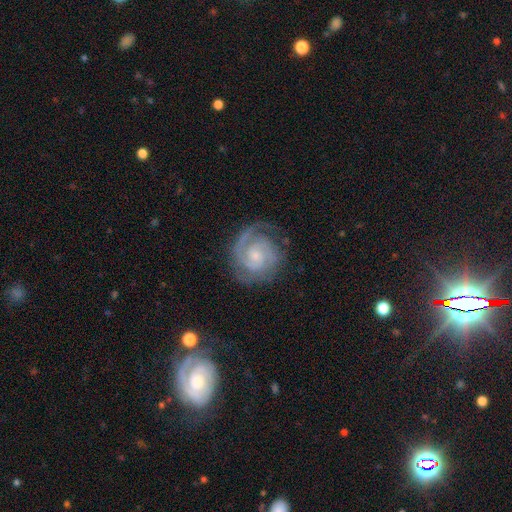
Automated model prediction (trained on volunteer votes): smooth-or-featured: featured or disk: 88% | smooth: 7% | star or artifact: 5%
  disk-edge-on: no: 98% | yes: 2%
    bar: no: 65% | weak: 30% | strong: 5%
    has-spiral-arms: yes: 98% | no: 2%
      spiral-winding: tight: 65% | medium: 30% | loose: 5%
      spiral-arm-count: 2: 63% | 3: 14% | can't tell: 12% | 1: 5% | 4: 3% | more than 4: 3%
    bulge-size: small: 64% | moderate: 26% | none: 6% | large: 2% | dominant: 1%
  merging: none: 74% | minor disturbance: 17% | major disturbance: 8% | merger: 1%